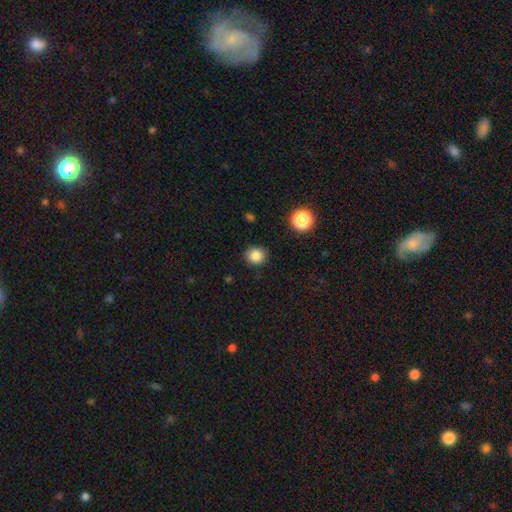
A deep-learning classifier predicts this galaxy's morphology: This appears to be a smooth galaxy with no disk features (85%) that is round (86%). Merging: none (89%).